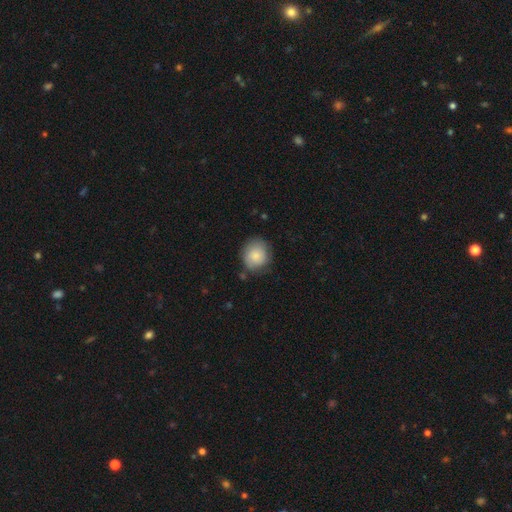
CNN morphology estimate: This appears to be a smooth galaxy with no disk features (79%) that is round (80%). Merging: none (73%).